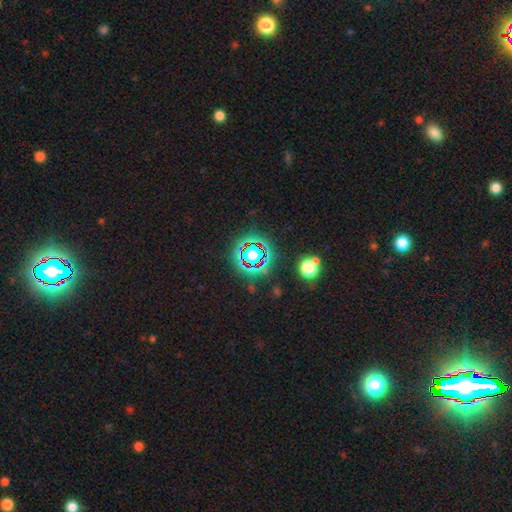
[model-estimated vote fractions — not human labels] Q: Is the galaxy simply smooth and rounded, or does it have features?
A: star or artifact — 78%.